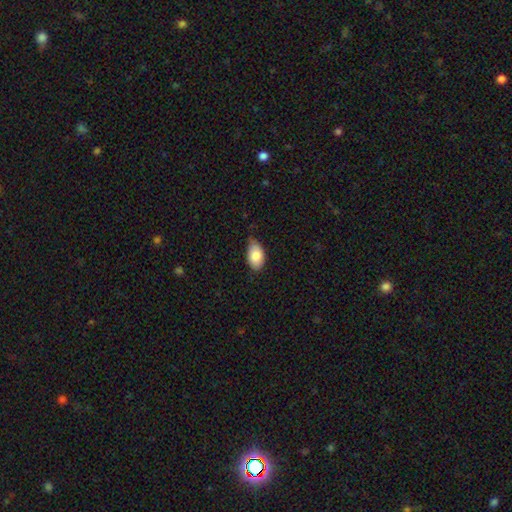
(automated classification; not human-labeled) Q: Smooth or featured?
A: smooth (84%); runner-up: featured or disk (9%)
Q: How rounded?
A: in between (93%); runner-up: round (6%)
Q: Merging?
A: none (61%); runner-up: minor disturbance (33%)